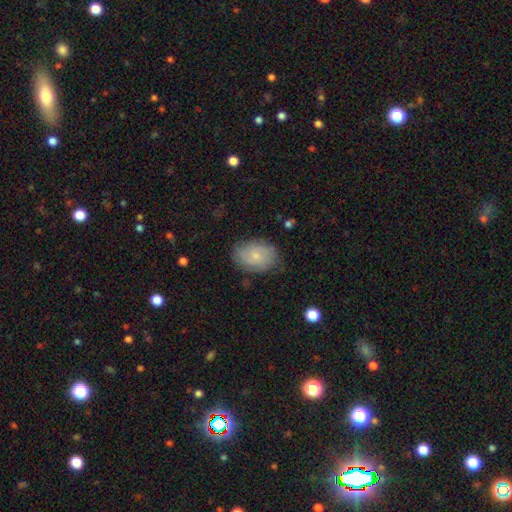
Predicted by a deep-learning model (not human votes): Q: Smooth or featured?
A: smooth (69%); runner-up: featured or disk (24%)
Q: How rounded?
A: in between (79%); runner-up: round (20%)
Q: Merging?
A: none (74%); runner-up: minor disturbance (20%)